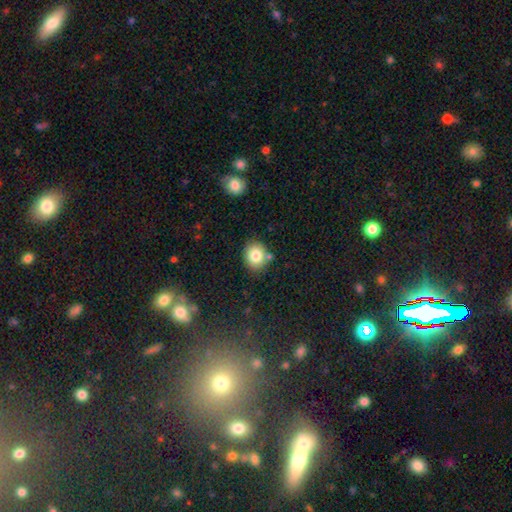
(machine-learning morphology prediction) Smooth or featured: smooth — 81% (star or artifact — 10%)
How rounded: round — 64% (in between — 35%)
Merging: none — 79% (minor disturbance — 11%)